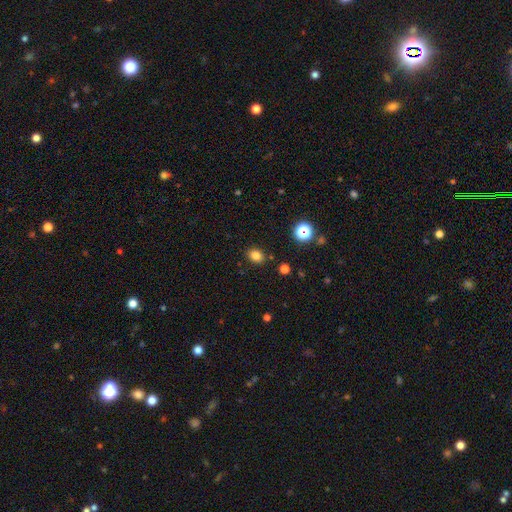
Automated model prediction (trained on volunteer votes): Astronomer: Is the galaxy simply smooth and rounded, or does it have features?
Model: smooth — 80%.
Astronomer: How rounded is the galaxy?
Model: in between — 53% (runner-up: round, 46%).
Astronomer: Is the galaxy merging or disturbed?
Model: none — 87%.